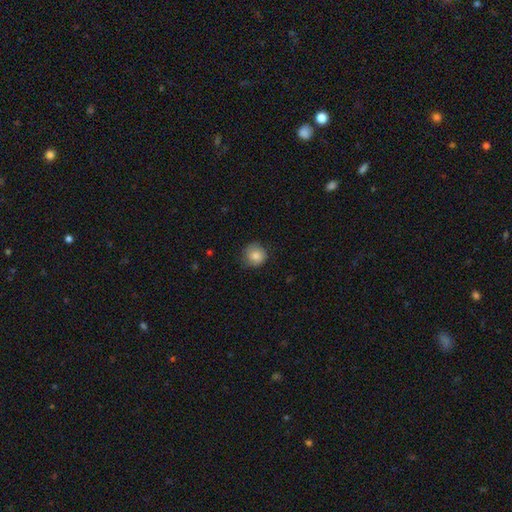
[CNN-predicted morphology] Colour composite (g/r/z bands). It shows a smooth galaxy with no disk features (83%) that is round (90%). Merging: none (76%).